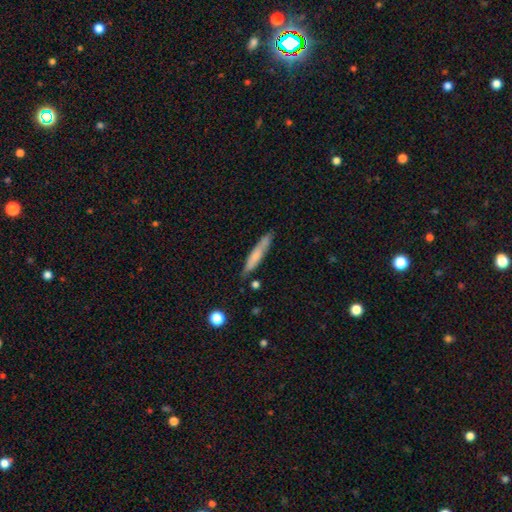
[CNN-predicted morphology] The model was most divided on "smooth or featured": smooth: 64%, featured or disk: 30%, star or artifact: 6%. More confident: how rounded — cigar-shaped (90%); merging — none (77%).